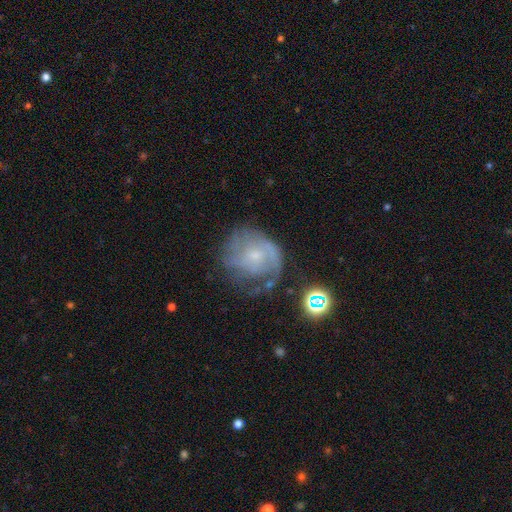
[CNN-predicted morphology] smooth-or-featured: featured or disk: 62% | smooth: 26% | star or artifact: 12%
  disk-edge-on: no: 97% | yes: 3%
    bar: no: 67% | weak: 29% | strong: 4%
    has-spiral-arms: yes: 73% | no: 27%
    bulge-size: small: 68% | moderate: 20% | none: 9% | large: 1% | dominant: 1%
  merging: none: 46% | minor disturbance: 25% | major disturbance: 25% | merger: 4%